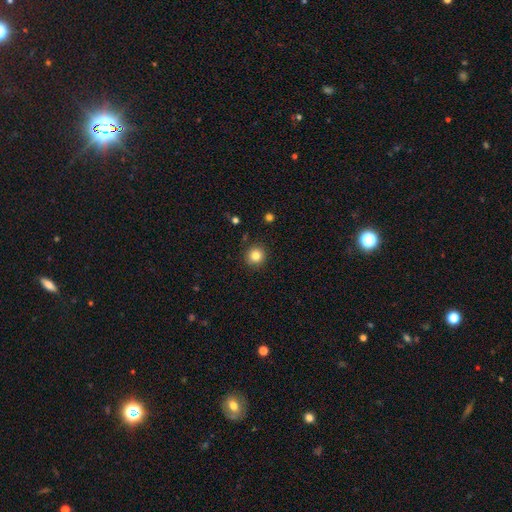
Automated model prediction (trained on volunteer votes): Smooth or featured? Predicted: smooth (p=0.83). How rounded? Predicted: round (p=0.94). Merging? Predicted: none (p=0.91).